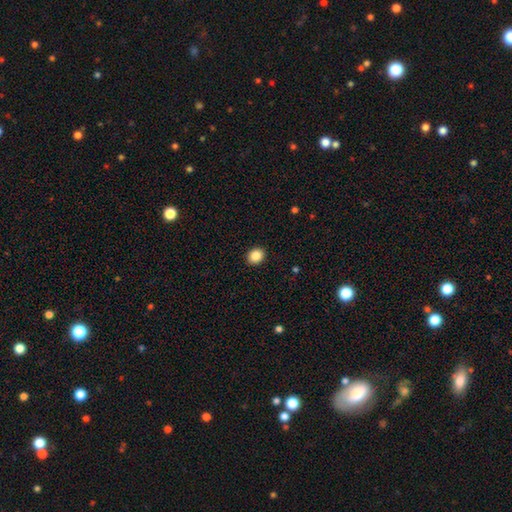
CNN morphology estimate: Smooth or featured: smooth — 86% (star or artifact — 10%)
How rounded: round — 62% (in between — 37%)
Merging: none — 92% (minor disturbance — 5%)